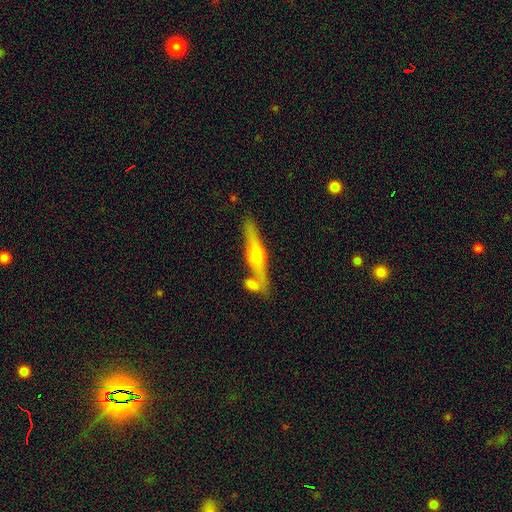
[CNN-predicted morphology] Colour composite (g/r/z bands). It shows a featured or disk galaxy (66%) viewed edge-on (93%) with a rounded central bulge (91%). Merging: none (62%).